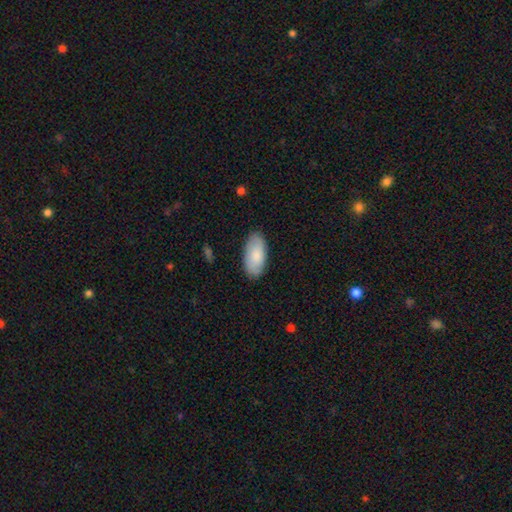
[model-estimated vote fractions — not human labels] smooth 83%, featured or disk 11%, star or artifact 5%. Down the decision tree: how rounded — in between (94%); merging — none (84%).